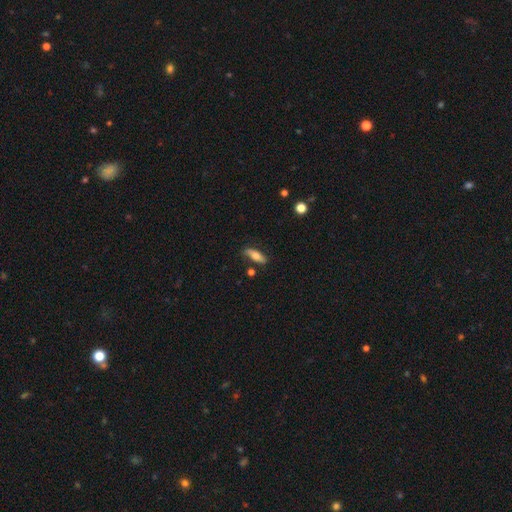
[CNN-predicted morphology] This appears to be a smooth galaxy with no disk features (67%) that is in between round and cigar-shaped (52%). Merging: none (78%).